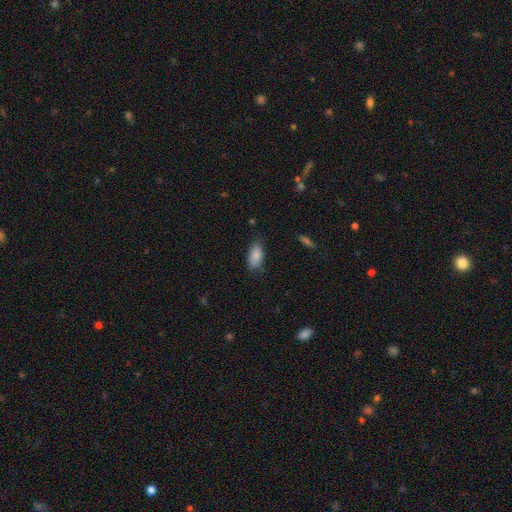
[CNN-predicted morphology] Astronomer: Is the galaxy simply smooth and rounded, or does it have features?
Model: smooth — 87%.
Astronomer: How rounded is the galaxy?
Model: in between — 92%.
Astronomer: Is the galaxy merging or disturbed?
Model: none — 75%.